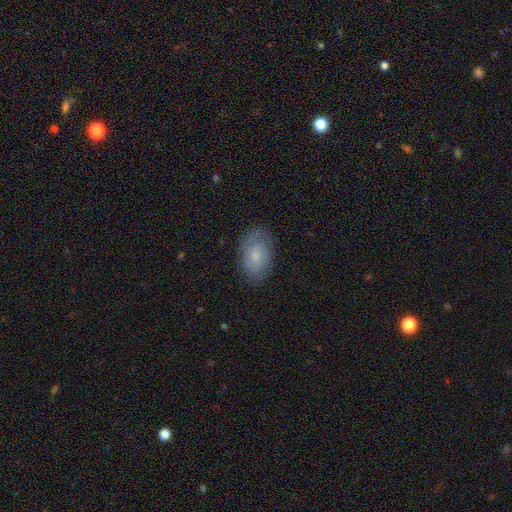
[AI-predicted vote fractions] smooth-or-featured: smooth: 63% | featured or disk: 29% | star or artifact: 8%
  how-rounded: in between: 87% | round: 12% | cigar-shaped: 1%
  merging: none: 77% | minor disturbance: 17% | major disturbance: 5% | merger: 1%